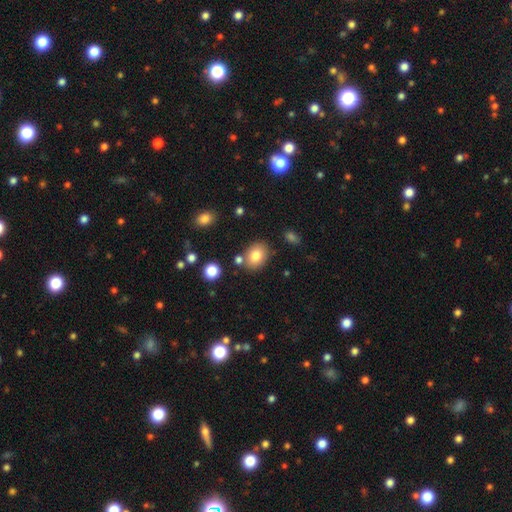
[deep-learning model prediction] This is likely a smooth galaxy (79%). How rounded: possibly in between (60%). Merging: likely none (77%).